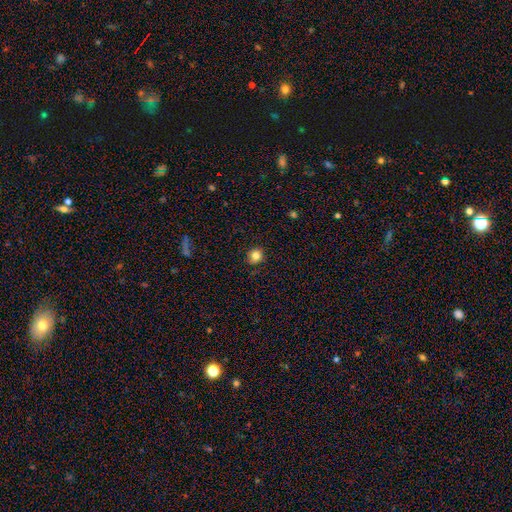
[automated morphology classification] Smooth or featured?
  - smooth: 82% *
  - star or artifact: 12%
  - featured or disk: 6%
How rounded?
  - round: 83% *
  - in between: 16%
  - cigar-shaped: 1%
Merging?
  - none: 82% *
  - minor disturbance: 14%
  - major disturbance: 3%
  - merger: 1%